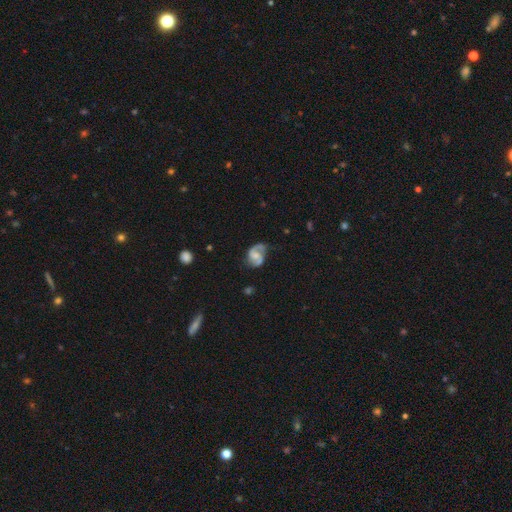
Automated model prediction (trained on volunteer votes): Smooth or featured: featured or disk — 78% (smooth — 16%)
Edge-on disk: no — 98% (yes — 2%)
Bar: no — 45% (weak — 43%)
Spiral arms: yes — 94% (no — 6%)
Spiral winding: medium — 47% (loose — 36%)
Spiral arm count: 2 — 84% (1 — 8%)
Bulge size: small — 35% (moderate — 31%)
Merging: none — 58% (minor disturbance — 24%)